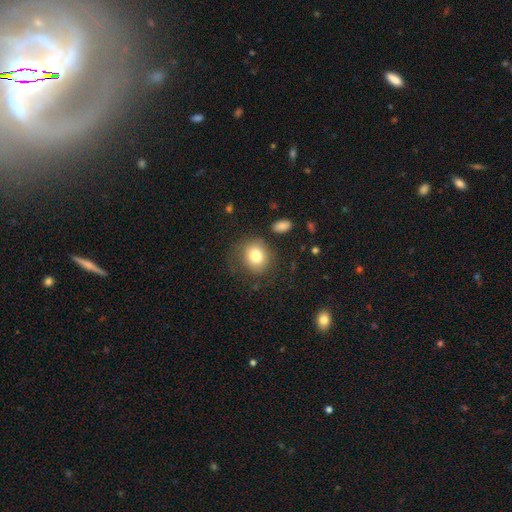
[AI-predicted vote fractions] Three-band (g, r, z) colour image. It shows a smooth galaxy with no disk features (81%) that is round (72%). Merging: none (72%).